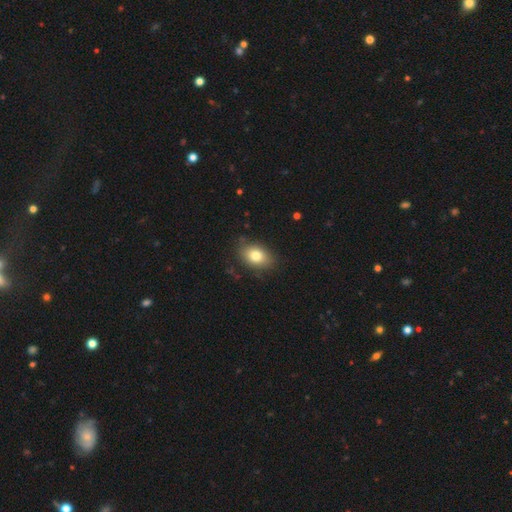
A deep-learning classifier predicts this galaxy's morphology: type=smooth (80%); roundness=in between (80%); merging=none (81%).